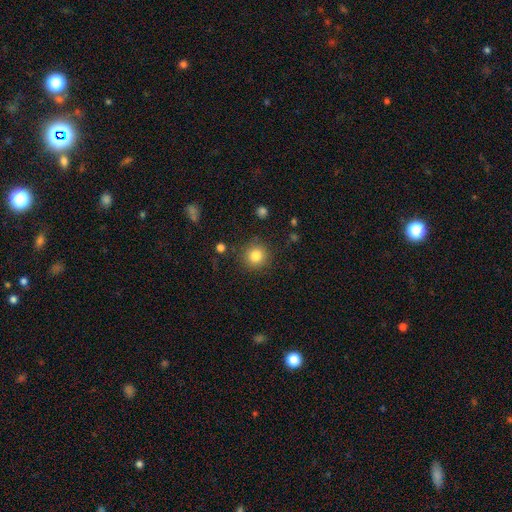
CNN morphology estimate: Smooth or featured: smooth — 83% (star or artifact — 11%)
How rounded: round — 93% (in between — 6%)
Merging: none — 88% (minor disturbance — 7%)